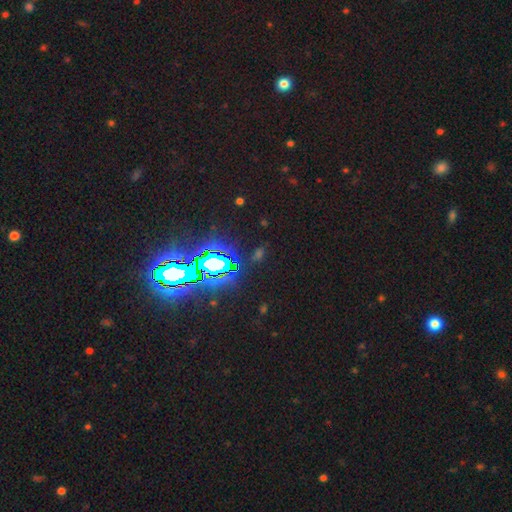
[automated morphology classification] Q: Smooth or featured?
A: star or artifact (78%); runner-up: smooth (13%)